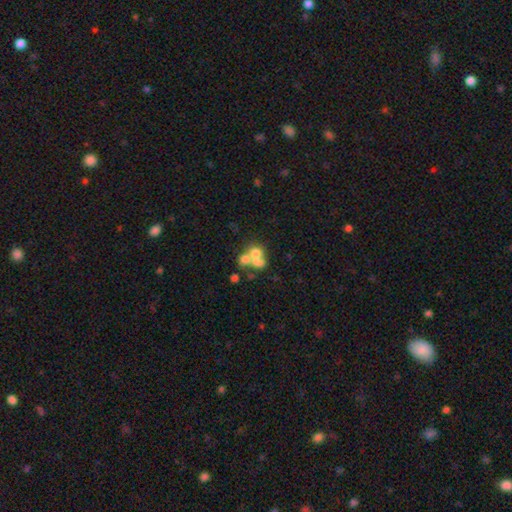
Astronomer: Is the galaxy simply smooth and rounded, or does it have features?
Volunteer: smooth — 58% (runner-up: featured or disk, 34%).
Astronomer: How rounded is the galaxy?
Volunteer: round — 68%.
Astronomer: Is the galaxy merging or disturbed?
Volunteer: merger — 69%.